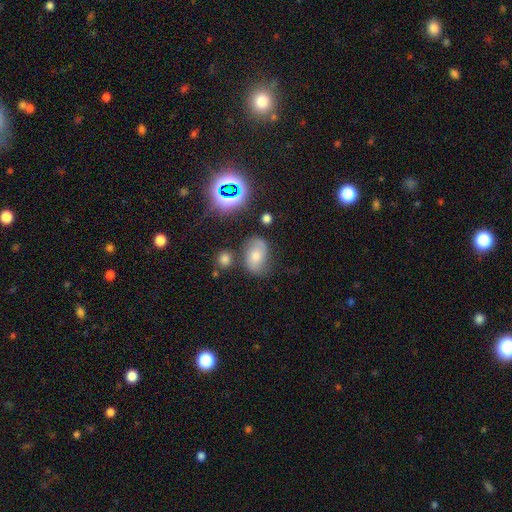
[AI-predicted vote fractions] Smooth or featured? smooth (45%)
Merging? none (66%)